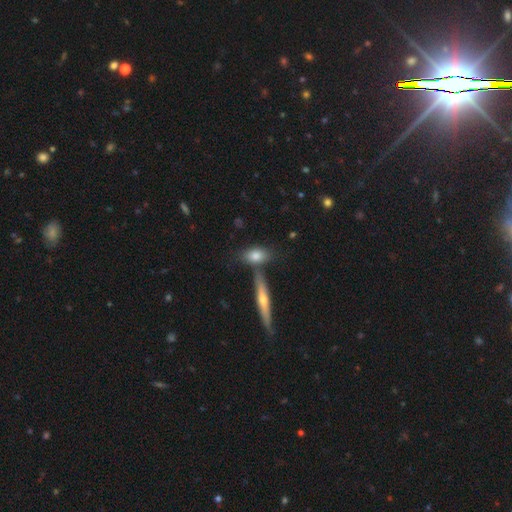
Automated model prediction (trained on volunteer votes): The model was most divided on "merging": none: 60%, merger: 22%, minor disturbance: 14%, major disturbance: 4%. More confident: smooth or featured — smooth (73%); how rounded — in between (72%).